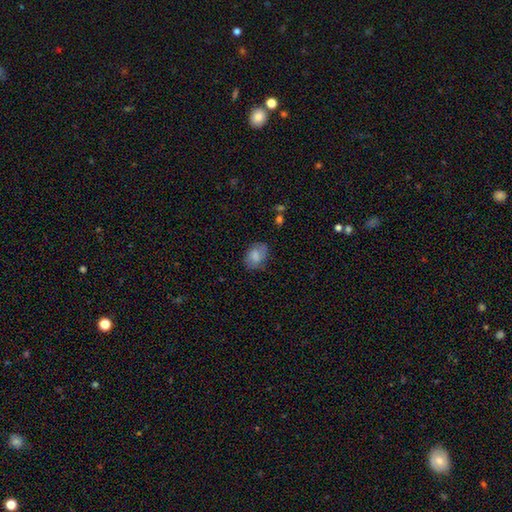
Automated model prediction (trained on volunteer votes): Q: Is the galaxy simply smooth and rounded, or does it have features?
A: smooth — 79%.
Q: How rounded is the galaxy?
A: in between — 76%.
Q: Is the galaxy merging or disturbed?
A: none — 70%.